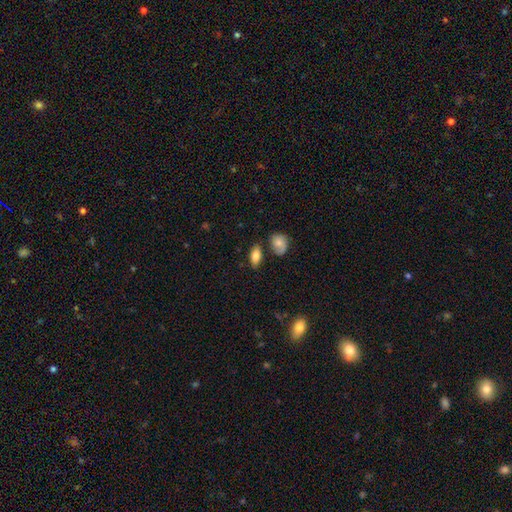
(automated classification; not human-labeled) smooth 80%, featured or disk 13%, star or artifact 7%. Down the decision tree: how rounded — in between (88%); merging — none (76%).